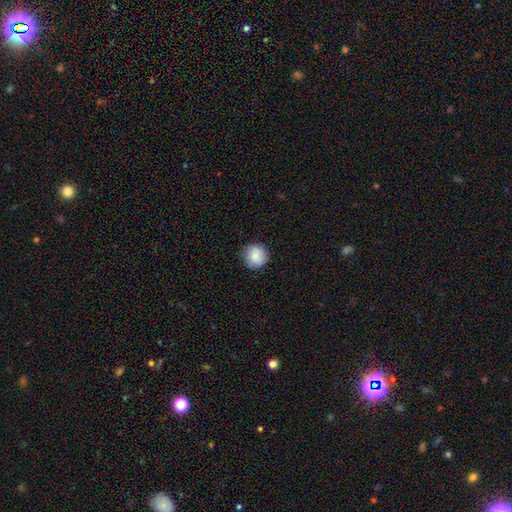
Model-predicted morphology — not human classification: type=smooth (83%); roundness=round (94%); merging=none (84%).